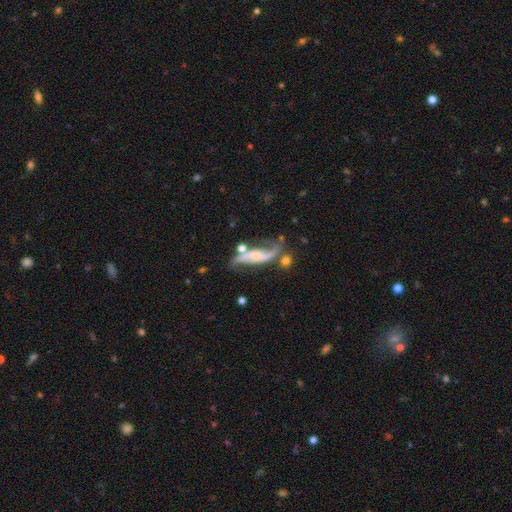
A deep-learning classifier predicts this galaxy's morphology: A featured or disk galaxy (81%) with no bar (51%), 2 (88%) loose (75%) spiral arms (94%) and a small central bulge (54%).

Vote fractions:
- Smooth or featured? featured or disk: 81% / smooth: 12% / star or artifact: 6%
- Edge-on disk? no: 87% / yes: 13%
- Bar? no: 51% / weak: 31% / strong: 18%
- Spiral arms? yes: 94% / no: 6%
- Spiral winding? loose: 75% / medium: 19% / tight: 6%
- Spiral arm count? 2: 88% / 1: 5% / can't tell: 4% / 3: 1% / 4: 1% / more than 4: 1%
- Bulge size? small: 54% / moderate: 26% / none: 14% / large: 4% / dominant: 2%
- Merging? none: 50% / minor disturbance: 19% / merger: 16% / major disturbance: 14%